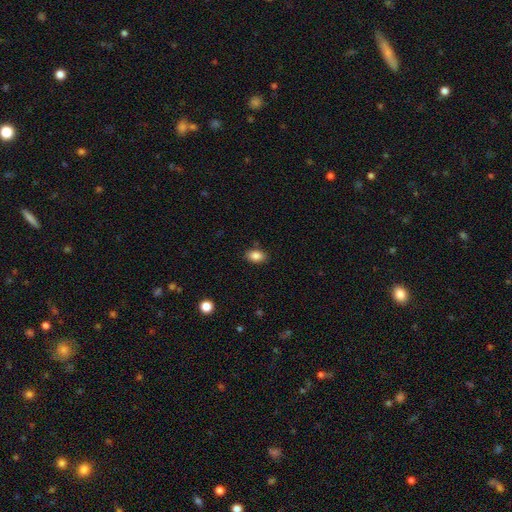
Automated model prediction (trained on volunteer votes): A smooth galaxy with no disk features (86%) that is in between round and cigar-shaped (81%).

Vote fractions:
- Smooth or featured? smooth: 86% / star or artifact: 9% / featured or disk: 5%
- How rounded? in between: 81% / round: 18% / cigar-shaped: 1%
- Merging? none: 85% / minor disturbance: 11% / major disturbance: 3% / merger: 2%